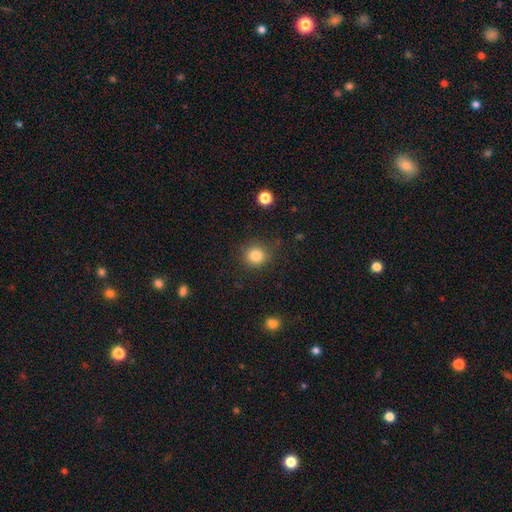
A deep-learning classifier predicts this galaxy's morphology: smooth 83%, star or artifact 11%, featured or disk 6%. Down the decision tree: how rounded — round (90%); merging — none (85%).